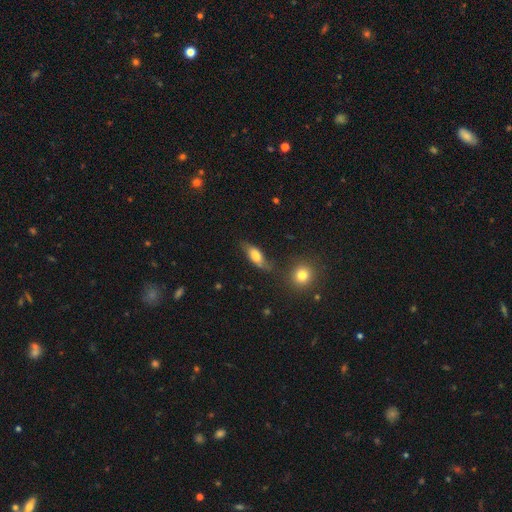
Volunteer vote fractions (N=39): smooth-or-featured: smooth: 54% | featured or disk: 36% | star or artifact: 10%
  how-rounded: in between: 81% | cigar-shaped: 19% | round: 0%
  merging: none: 60% | minor disturbance: 23% | major disturbance: 14% | merger: 3%